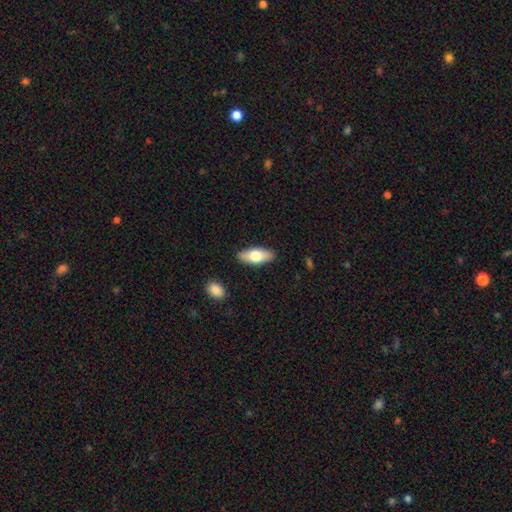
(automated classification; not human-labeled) smooth 68%, featured or disk 26%, star or artifact 6%. Down the decision tree: how rounded — in between (80%); merging — none (88%).